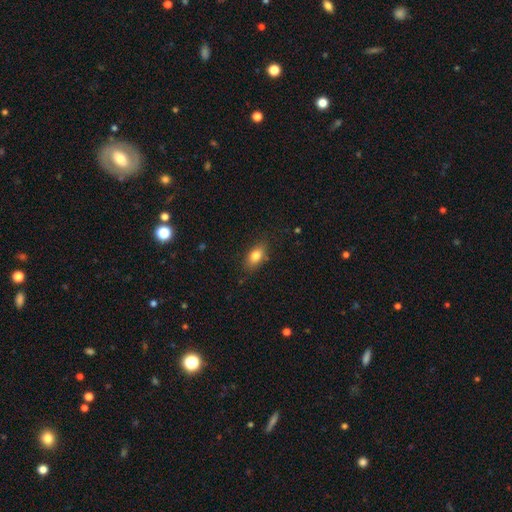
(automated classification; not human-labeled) A smooth galaxy with no disk features (81%) that is in between round and cigar-shaped (84%). Merging: none (82%).